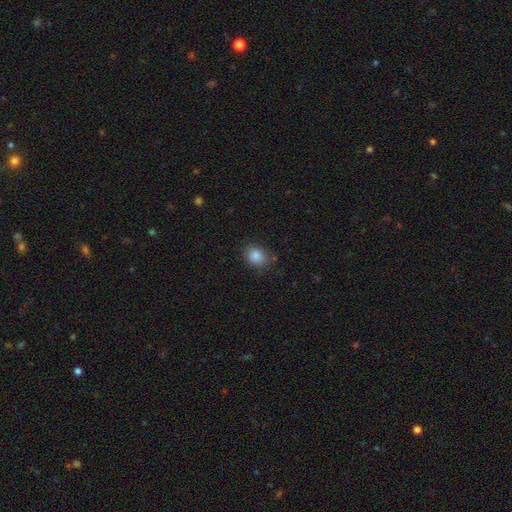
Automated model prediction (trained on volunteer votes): Smooth or featured: smooth — 85% (star or artifact — 10%)
How rounded: in between — 52% (round — 47%)
Merging: none — 81% (minor disturbance — 14%)